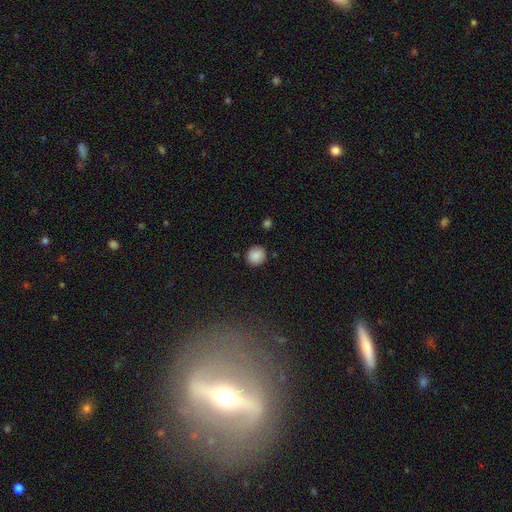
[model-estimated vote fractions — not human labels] Smooth or featured: smooth — 87% (star or artifact — 9%)
How rounded: round — 91% (in between — 8%)
Merging: none — 88% (minor disturbance — 8%)